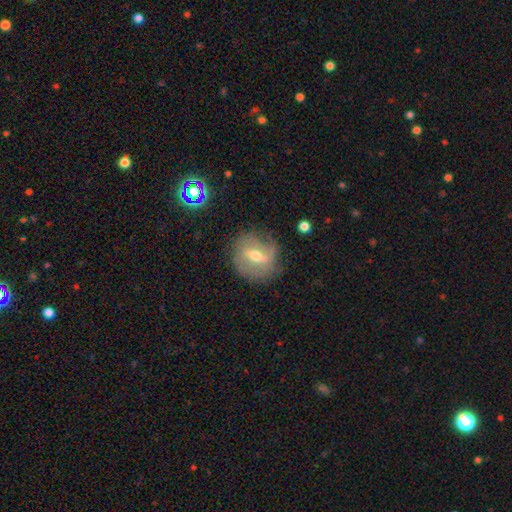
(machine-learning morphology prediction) featured or disk 61%, smooth 29%, star or artifact 10%. Down the decision tree: edge-on disk — no (91%); bar — weak (48%); spiral arms — yes (66%); bulge size — moderate (67%); merging — none (72%).